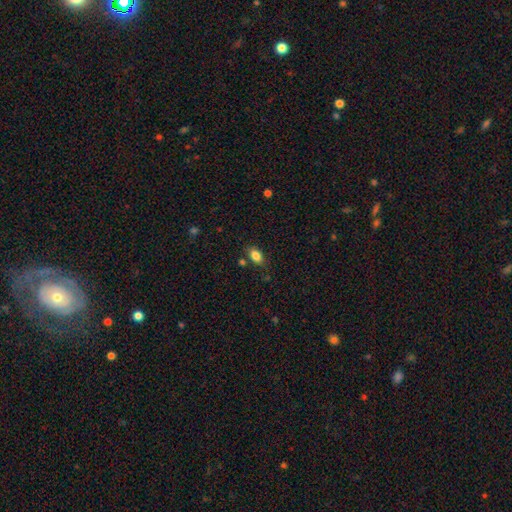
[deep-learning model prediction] Smooth or featured? smooth (85%)
How rounded? in between (89%)
Merging? none (79%)